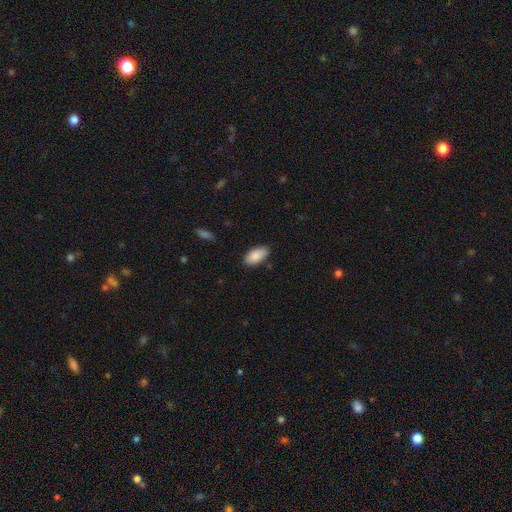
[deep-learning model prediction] smooth_or_featured: smooth (p=0.89) [alt: star or artifact p=0.06]
how_rounded: in between (p=0.94) [alt: cigar-shaped p=0.04]
merging: none (p=0.85) [alt: minor disturbance p=0.12]